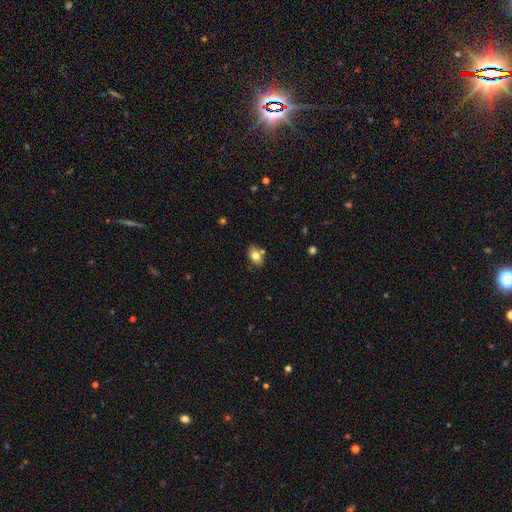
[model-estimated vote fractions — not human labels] smooth-or-featured: smooth: 79% | featured or disk: 12% | star or artifact: 10%
  how-rounded: in between: 75% | round: 24% | cigar-shaped: 1%
  merging: none: 72% | minor disturbance: 14% | merger: 11% | major disturbance: 3%